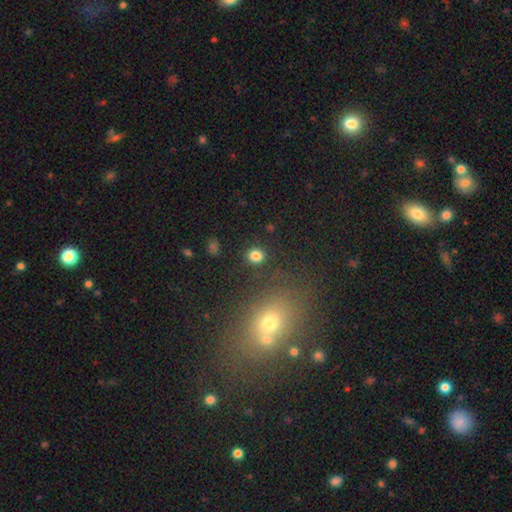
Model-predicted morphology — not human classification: This appears to be a smooth galaxy with no disk features (83%) that is round (88%). Merging: none (89%).